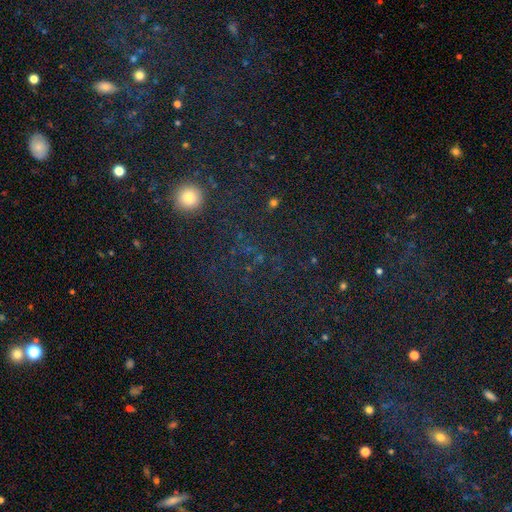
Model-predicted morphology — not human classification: Smooth or featured?
  - star or artifact: 67% *
  - smooth: 23%
  - featured or disk: 10%